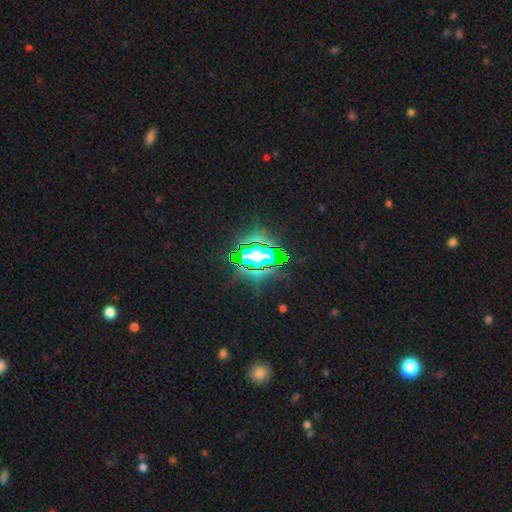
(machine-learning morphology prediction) type=star or artifact (71%).